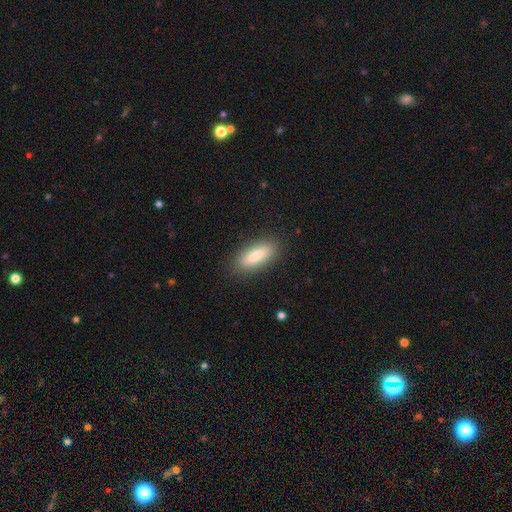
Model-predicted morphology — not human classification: smooth_or_featured: smooth (p=0.78) [alt: featured or disk p=0.15]
how_rounded: in between (p=0.65) [alt: cigar-shaped p=0.33]
merging: none (p=0.87) [alt: minor disturbance p=0.09]